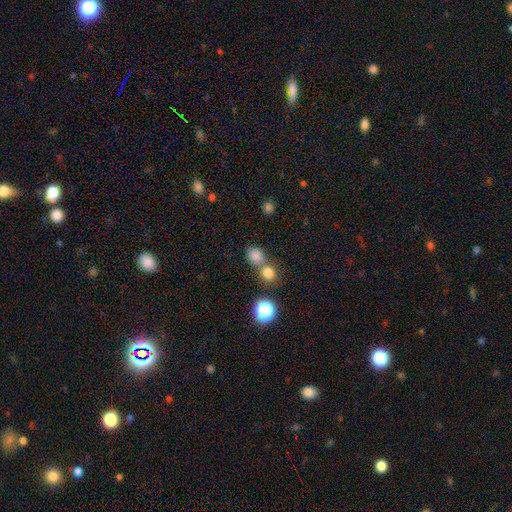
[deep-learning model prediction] Smooth or featured? smooth (78%)
How rounded? round (64%)
Merging? none (46%)